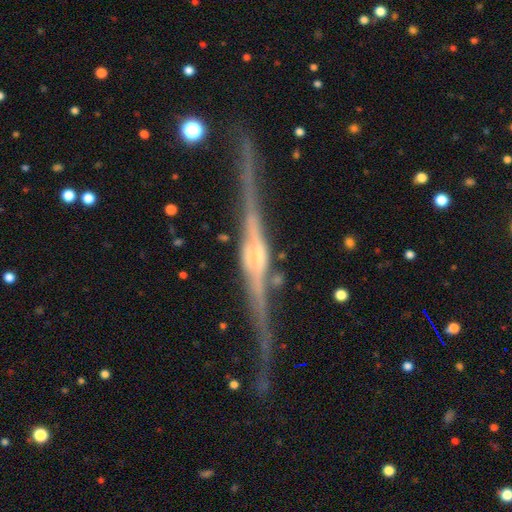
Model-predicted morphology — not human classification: This is clearly a featured or disk galaxy (91%). It is clearly viewed edge-on (98%). Edge-on bulge: likely rounded (68%). Merging: likely none (79%).